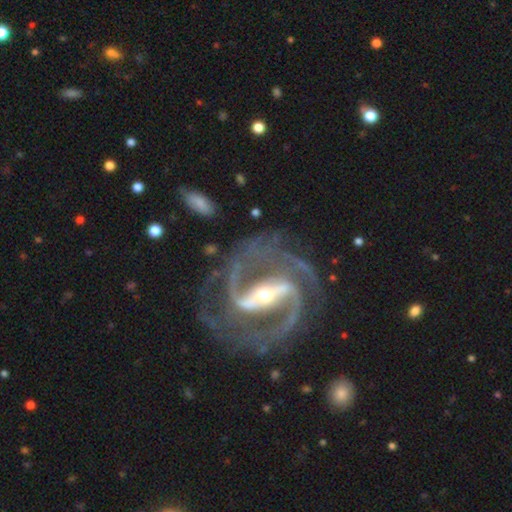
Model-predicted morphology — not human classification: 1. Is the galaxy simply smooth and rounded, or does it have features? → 93% featured or disk, 4% star or artifact, 2% smooth.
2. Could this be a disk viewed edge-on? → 97% no, 3% yes.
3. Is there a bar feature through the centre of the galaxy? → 77% strong, 17% weak, 6% no.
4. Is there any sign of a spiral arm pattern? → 98% yes, 2% no.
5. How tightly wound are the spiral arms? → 56% medium, 35% tight, 10% loose.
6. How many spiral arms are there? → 84% 2, 7% 3, 3% can't tell, 2% 4, 2% 1, 2% more than 4.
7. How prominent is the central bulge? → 54% small, 41% moderate, 3% large, 1% none, 1% dominant.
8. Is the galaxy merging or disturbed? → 75% none, 14% minor disturbance, 9% major disturbance, 2% merger.